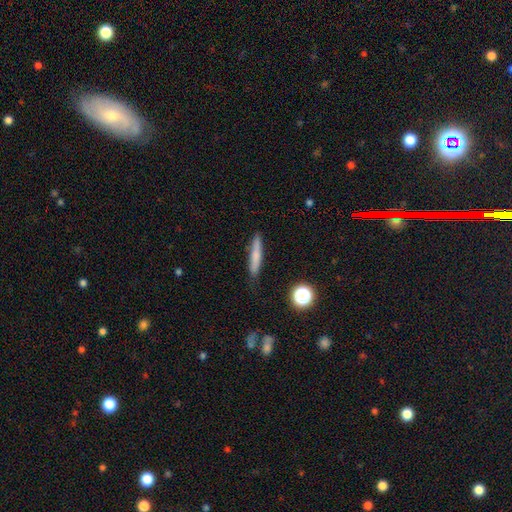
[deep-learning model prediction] smooth 70%, featured or disk 22%, star or artifact 8%. Down the decision tree: how rounded — cigar-shaped (90%); merging — none (84%).